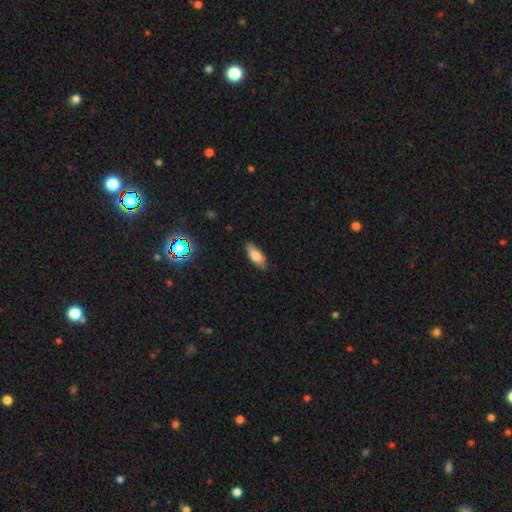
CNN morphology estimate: This is likely a smooth galaxy (73%). How rounded: likely in between (78%). Merging: clearly none (81%).